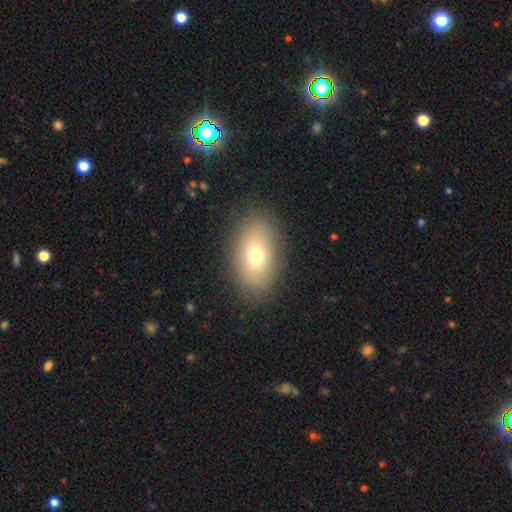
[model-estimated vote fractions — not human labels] smooth-or-featured: smooth: 72% | featured or disk: 18% | star or artifact: 11%
  how-rounded: in between: 88% | round: 10% | cigar-shaped: 2%
  merging: none: 86% | minor disturbance: 9% | major disturbance: 3% | merger: 1%